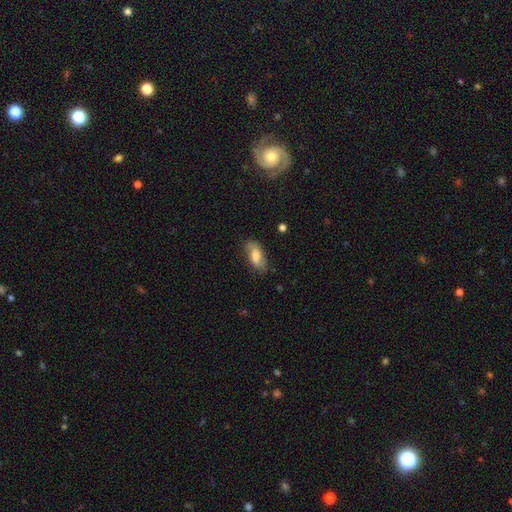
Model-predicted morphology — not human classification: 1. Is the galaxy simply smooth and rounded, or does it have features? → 69% smooth, 23% featured or disk, 7% star or artifact.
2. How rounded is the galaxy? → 85% in between, 11% cigar-shaped, 3% round.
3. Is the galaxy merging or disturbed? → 73% none, 21% minor disturbance, 5% major disturbance, 2% merger.